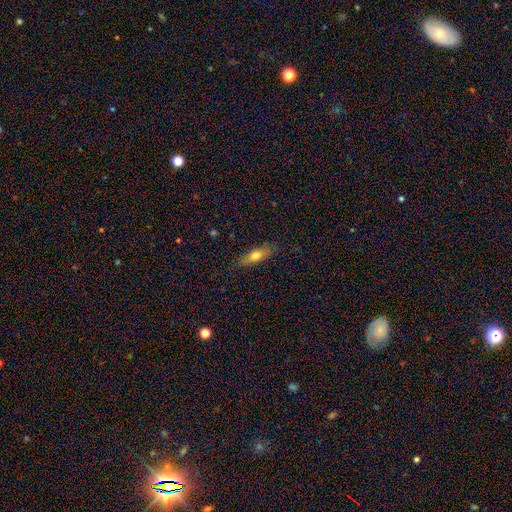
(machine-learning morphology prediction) This appears to be a smooth galaxy with no disk features (68%) that is in between round and cigar-shaped (58%). Merging: none (82%).